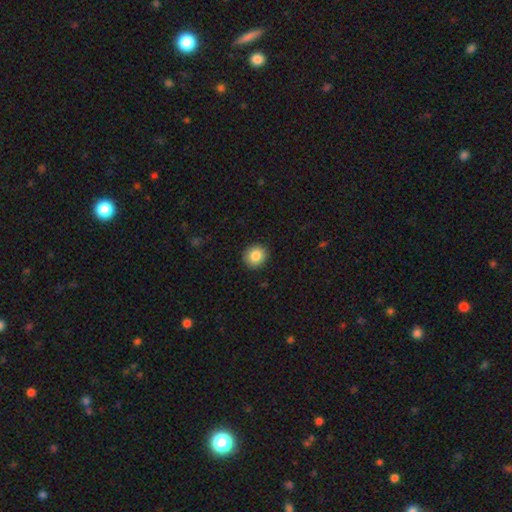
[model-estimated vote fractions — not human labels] The model was most divided on "smooth or featured": smooth: 86%, star or artifact: 9%, featured or disk: 6%. More confident: merging — none (92%); how rounded — round (88%).